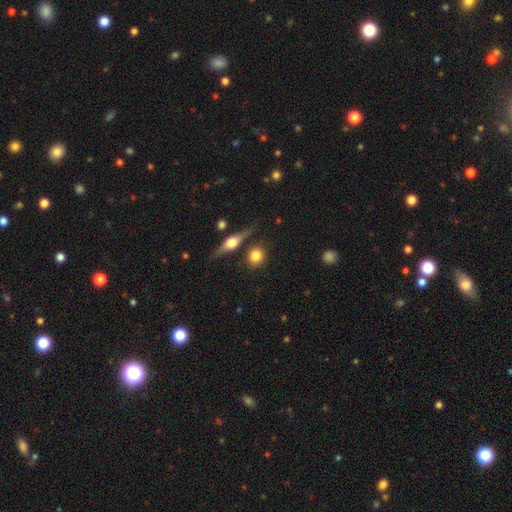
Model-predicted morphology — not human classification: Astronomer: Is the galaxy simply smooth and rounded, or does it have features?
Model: smooth — 75%.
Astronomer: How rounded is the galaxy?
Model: round — 79%.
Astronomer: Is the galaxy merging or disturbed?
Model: none — 77%.